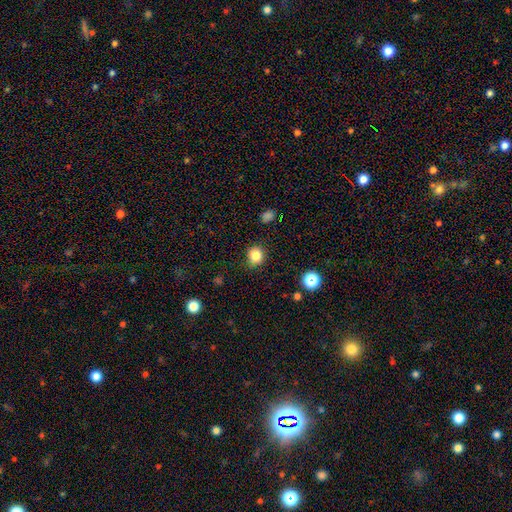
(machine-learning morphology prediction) type=smooth (83%); roundness=round (85%); merging=none (87%).